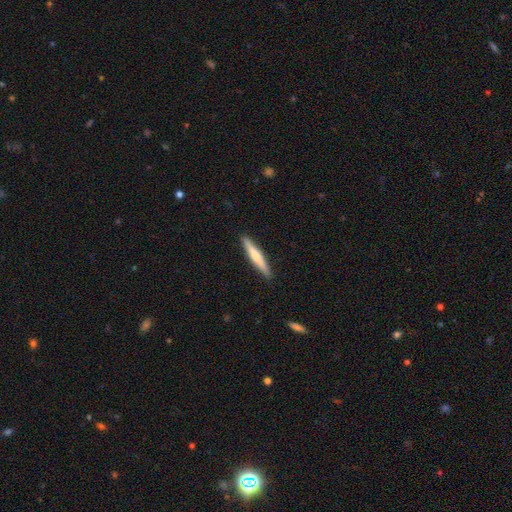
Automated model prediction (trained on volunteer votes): smooth_or_featured: smooth (p=0.61) [alt: featured or disk p=0.34]
how_rounded: cigar-shaped (p=0.94) [alt: in between p=0.05]
merging: none (p=0.91) [alt: minor disturbance p=0.06]